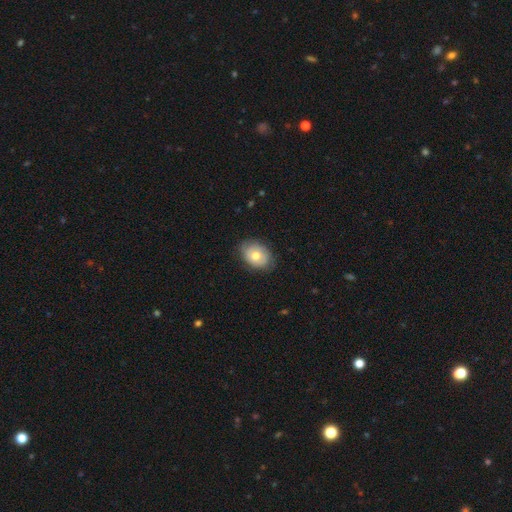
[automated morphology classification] Smooth or featured? smooth (65%)
How rounded? in between (70%)
Merging? none (79%)